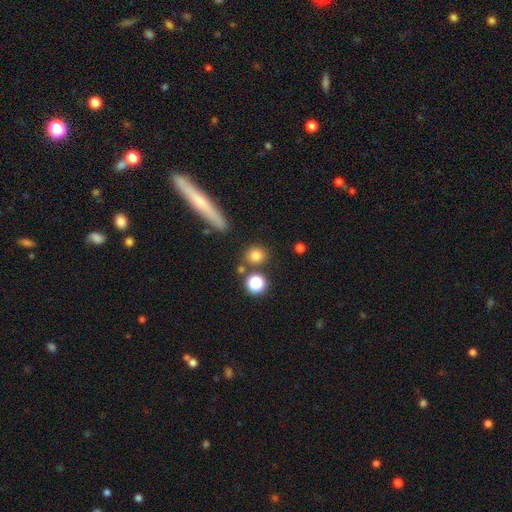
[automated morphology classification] Smooth or featured? Predicted: smooth (p=0.79). How rounded? Predicted: round (p=0.82). Merging? Predicted: none (p=0.80).